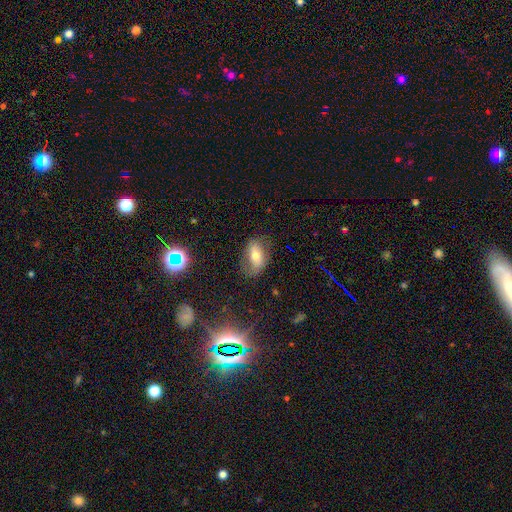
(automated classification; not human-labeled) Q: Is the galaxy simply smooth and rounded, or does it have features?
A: smooth — 55%.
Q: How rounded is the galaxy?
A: in between — 89%.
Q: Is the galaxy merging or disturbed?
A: none — 64%.